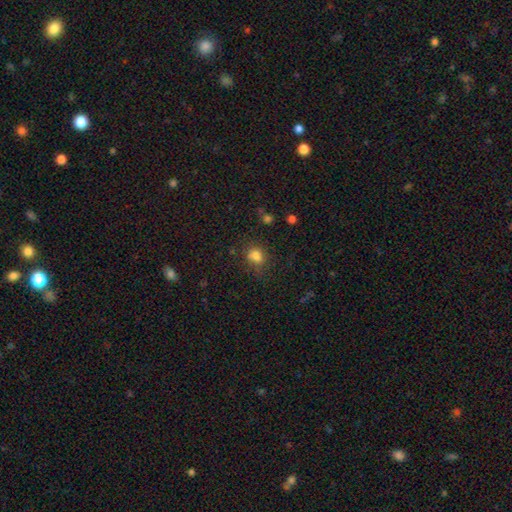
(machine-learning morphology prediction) smooth 79%, star or artifact 14%, featured or disk 7%. Down the decision tree: how rounded — round (56%); merging — none (65%).